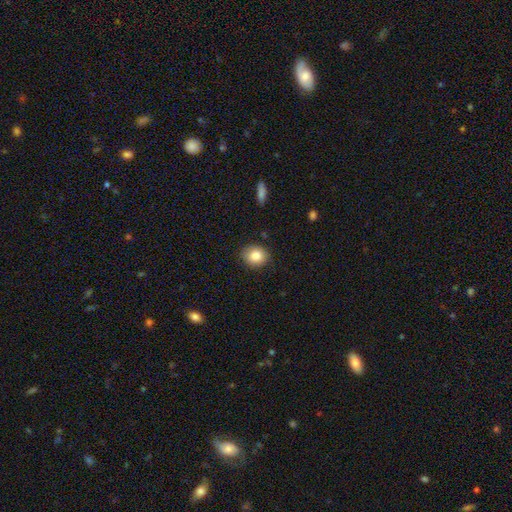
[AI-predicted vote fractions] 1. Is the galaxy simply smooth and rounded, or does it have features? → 84% smooth, 9% star or artifact, 7% featured or disk.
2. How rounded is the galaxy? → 66% round, 33% in between, 1% cigar-shaped.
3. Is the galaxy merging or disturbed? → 84% none, 12% minor disturbance, 2% major disturbance, 1% merger.